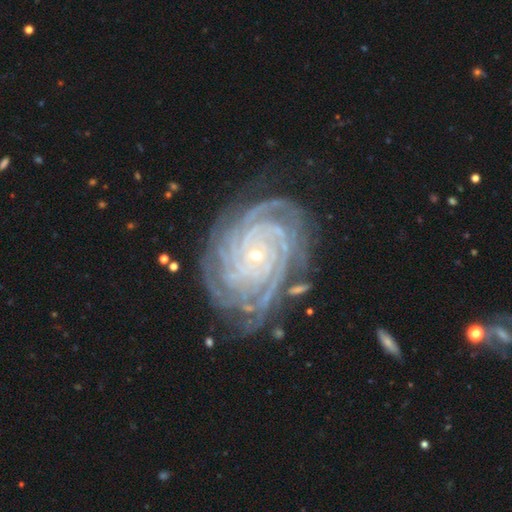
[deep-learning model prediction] featured or disk 92%, star or artifact 5%, smooth 3%. Down the decision tree: edge-on disk — no (97%); bar — no (76%); spiral arms — yes (99%); spiral arm count — more than 4 (31%); spiral winding — tight (86%); bulge size — small (84%); merging — none (77%).